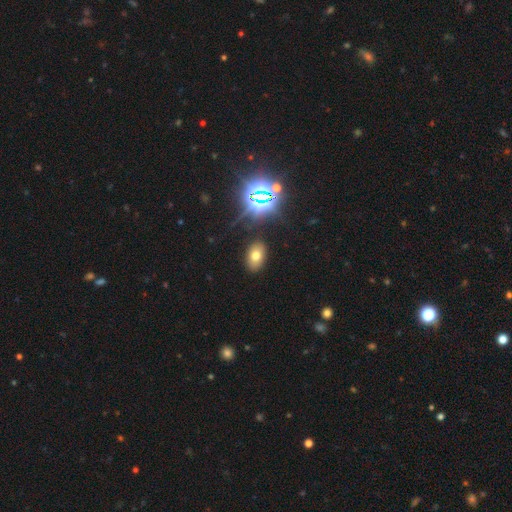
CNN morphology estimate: The model was most divided on "smooth or featured": smooth: 64%, star or artifact: 23%, featured or disk: 13%. More confident: how rounded — in between (88%); merging — none (86%).